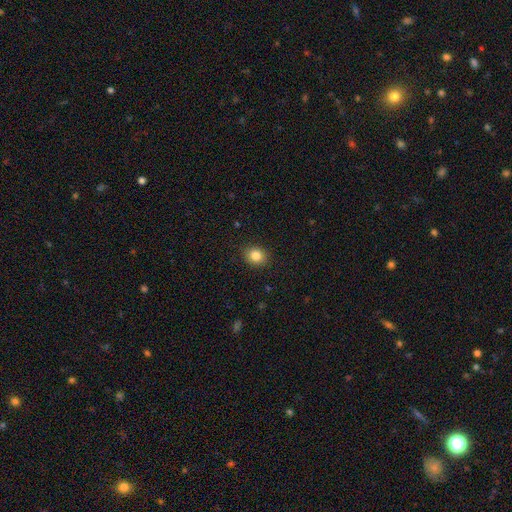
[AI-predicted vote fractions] smooth_or_featured: smooth (p=0.84) [alt: star or artifact p=0.10]
how_rounded: round (p=0.63) [alt: in between p=0.36]
merging: none (p=0.89) [alt: minor disturbance p=0.08]